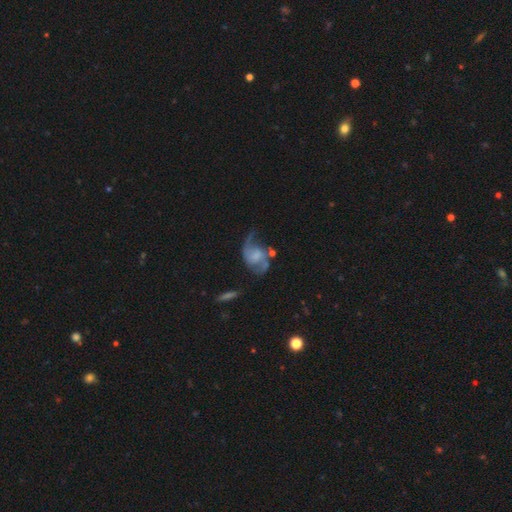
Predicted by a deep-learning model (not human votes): A featured or disk galaxy (80%) with no bar (54%), 2 (86%) loose (56%) spiral arms (93%) and no central bulge (32%). Merging: none (51%).